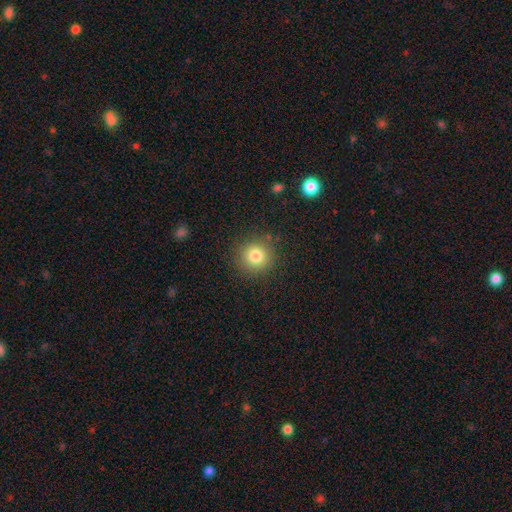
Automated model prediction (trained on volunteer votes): A smooth galaxy with no disk features (80%) that is round (93%).

Vote fractions:
- Smooth or featured? smooth: 80% / star or artifact: 12% / featured or disk: 7%
- How rounded? round: 93% / in between: 6% / cigar-shaped: 1%
- Merging? none: 88% / minor disturbance: 8% / major disturbance: 3% / merger: 2%